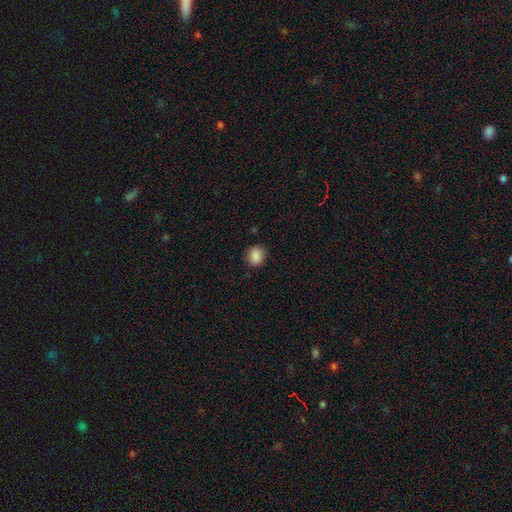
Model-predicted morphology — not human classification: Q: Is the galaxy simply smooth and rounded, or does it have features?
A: smooth — 88%.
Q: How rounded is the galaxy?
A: round — 66%.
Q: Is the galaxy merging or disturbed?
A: none — 85%.